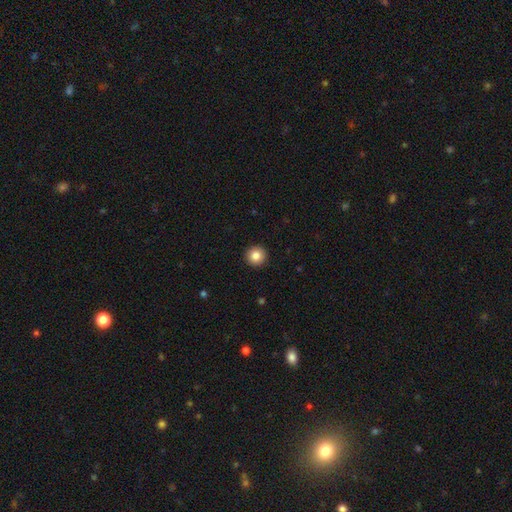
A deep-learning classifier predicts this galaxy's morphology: smooth_or_featured: smooth (p=0.85) [alt: star or artifact p=0.09]
how_rounded: round (p=0.96) [alt: in between p=0.03]
merging: none (p=0.94) [alt: minor disturbance p=0.04]